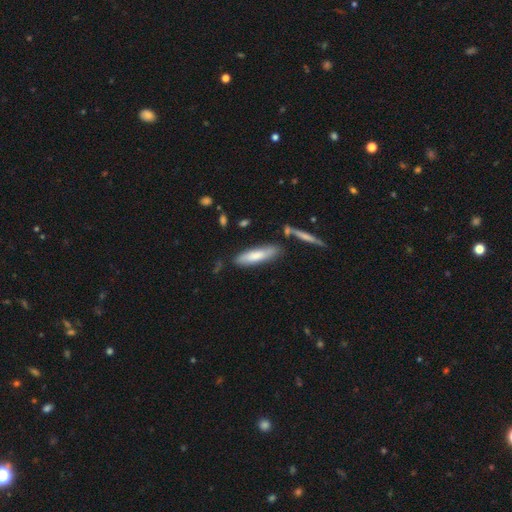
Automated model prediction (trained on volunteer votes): smooth 73%, featured or disk 21%, star or artifact 6%. Down the decision tree: how rounded — cigar-shaped (67%); merging — none (72%).